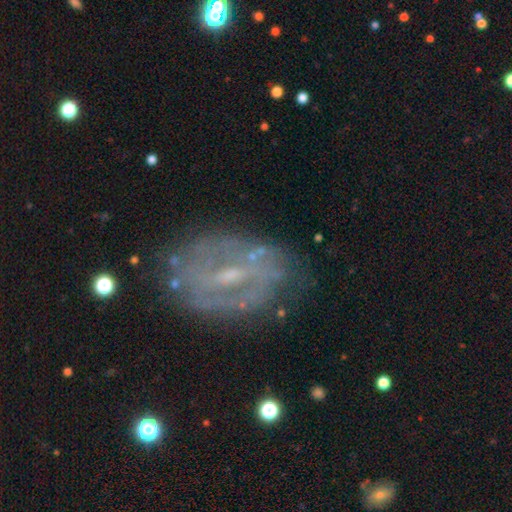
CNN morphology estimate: The model was most divided on "bulge size": small: 50%, moderate: 33%, none: 14%, large: 2%, dominant: 1%. More confident: edge-on disk — no (95%); smooth or featured — featured or disk (78%); merging — none (65%); spiral arms — yes (60%); bar — weak (51%).